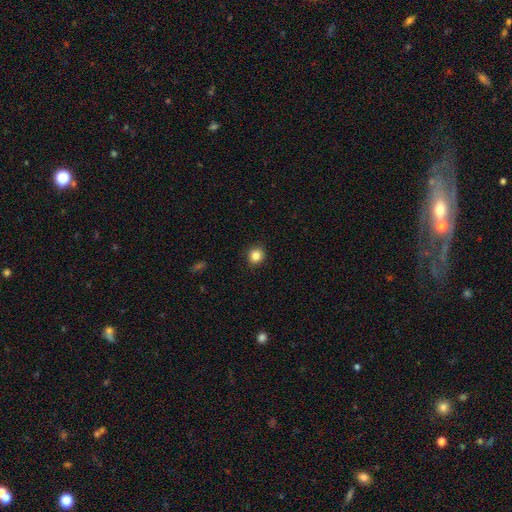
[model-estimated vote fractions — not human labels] smooth 86%, star or artifact 10%, featured or disk 4%. Down the decision tree: how rounded — round (87%); merging — none (91%).